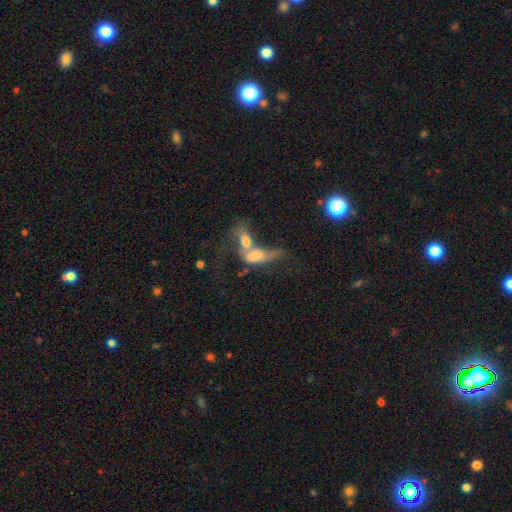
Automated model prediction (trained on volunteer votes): This appears to be a smooth galaxy with no disk features (57%) that is in between round and cigar-shaped (74%). Merging: merger (73%).